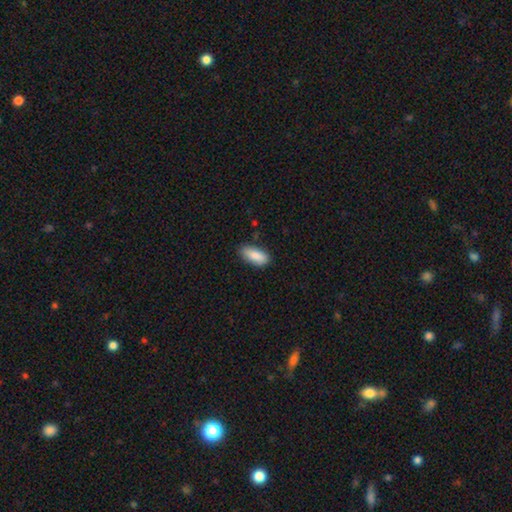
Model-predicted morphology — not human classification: Smooth or featured: smooth — 87% (featured or disk — 7%)
How rounded: in between — 80% (cigar-shaped — 18%)
Merging: none — 80% (minor disturbance — 16%)